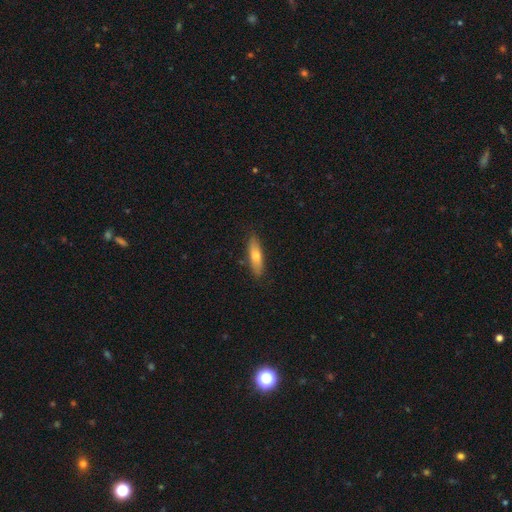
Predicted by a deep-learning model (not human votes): Smooth or featured? Predicted: smooth (p=0.67). How rounded? Predicted: cigar-shaped (p=0.63). Merging? Predicted: none (p=0.85).